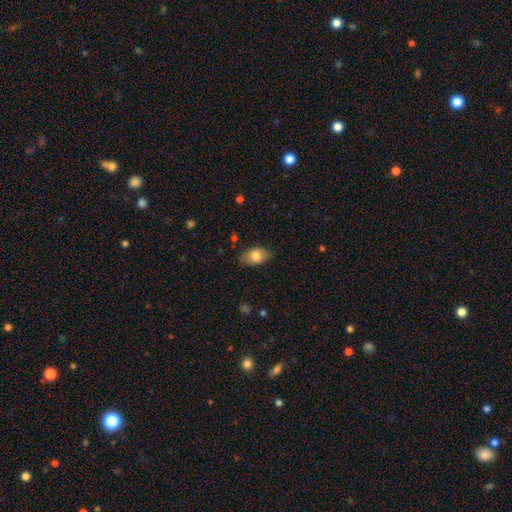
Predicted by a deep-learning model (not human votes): Smooth or featured: smooth — 81% (featured or disk — 12%)
How rounded: in between — 89% (round — 10%)
Merging: none — 78% (minor disturbance — 18%)